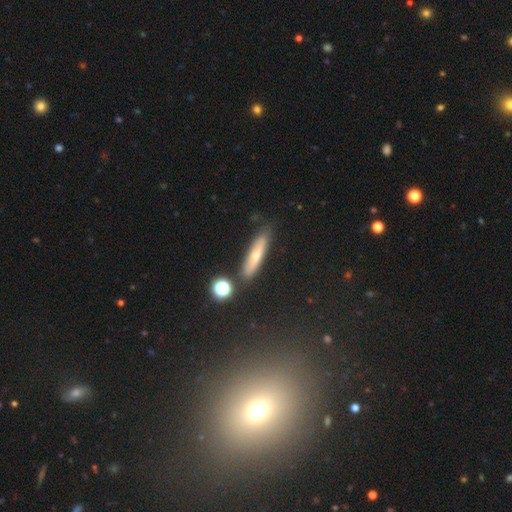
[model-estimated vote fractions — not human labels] Q: Smooth or featured?
A: smooth (56%); runner-up: featured or disk (34%)
Q: How rounded?
A: cigar-shaped (82%); runner-up: in between (16%)
Q: Merging?
A: none (81%); runner-up: minor disturbance (12%)